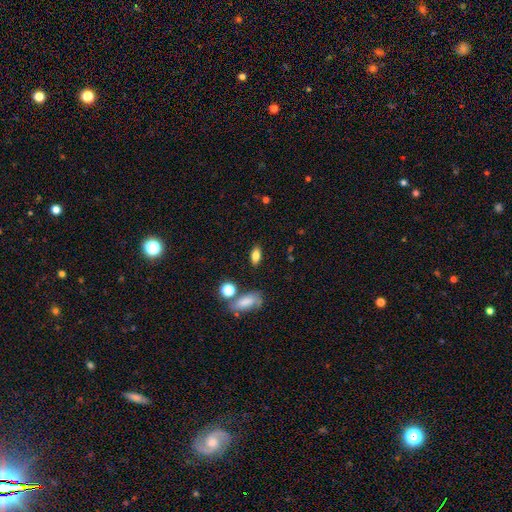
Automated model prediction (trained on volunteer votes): The model was most divided on "smooth or featured": smooth: 78%, featured or disk: 12%, star or artifact: 10%. More confident: merging — none (83%); how rounded — in between (81%).